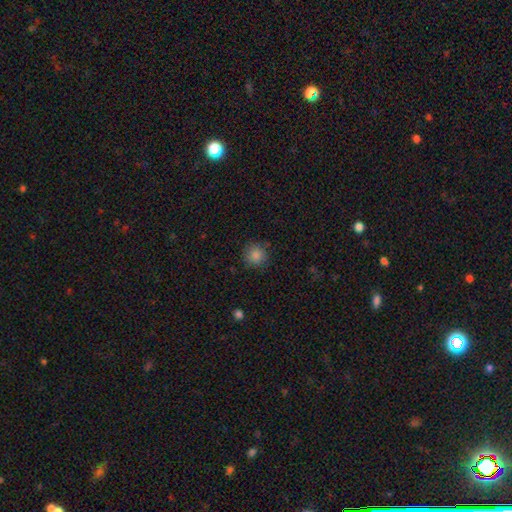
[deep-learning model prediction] Morphology: type=smooth (84%); roundness=round (93%); merging=none (86%).